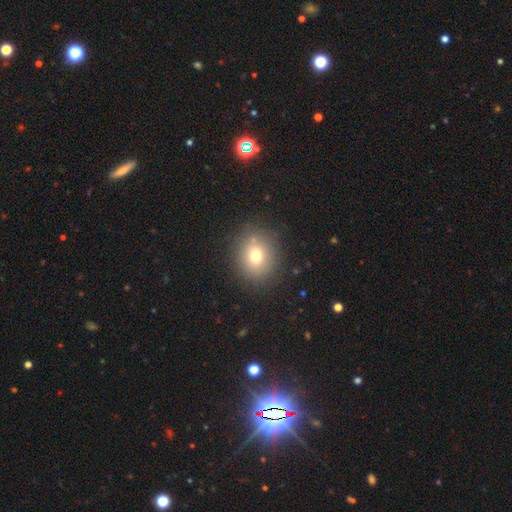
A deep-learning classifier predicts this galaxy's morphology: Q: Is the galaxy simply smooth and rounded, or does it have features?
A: smooth — 72%.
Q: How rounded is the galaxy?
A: round — 78%.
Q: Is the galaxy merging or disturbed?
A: none — 85%.